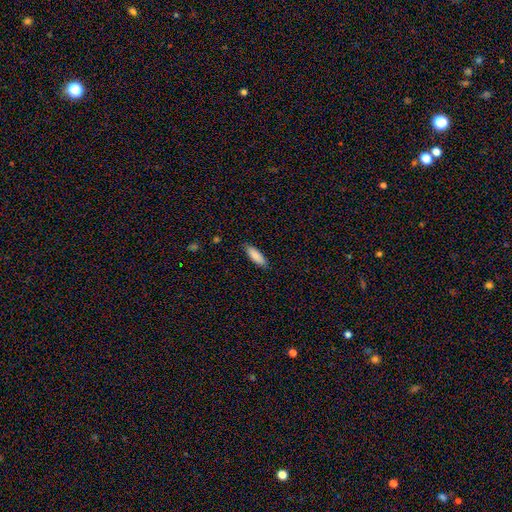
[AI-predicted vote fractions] smooth_or_featured: smooth (p=0.88) [alt: featured or disk p=0.06]
how_rounded: in between (p=0.58) [alt: cigar-shaped p=0.41]
merging: none (p=0.86) [alt: minor disturbance p=0.11]